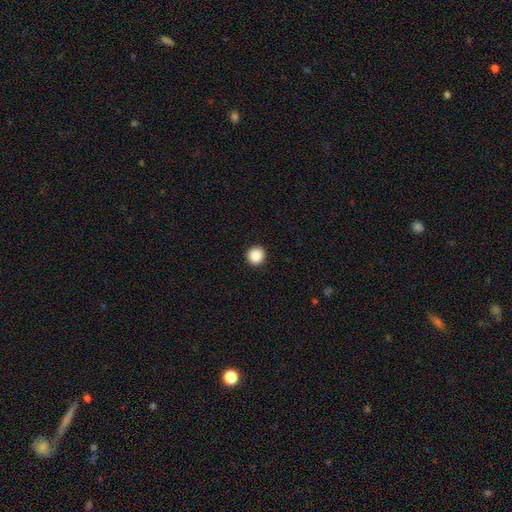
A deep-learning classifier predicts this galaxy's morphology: A smooth galaxy with no disk features (89%) that is round (93%). Merging: none (92%).